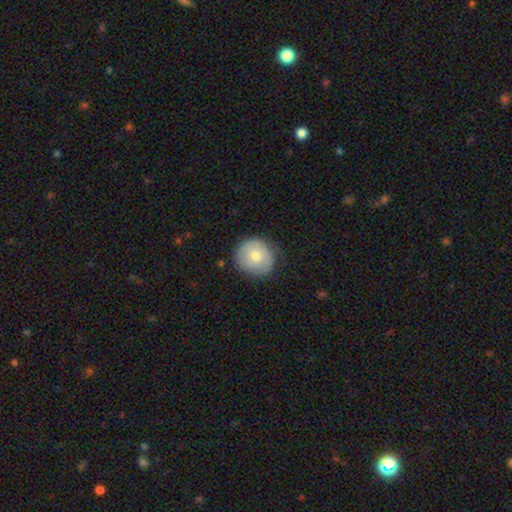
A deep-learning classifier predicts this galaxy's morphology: type=smooth (65%); roundness=round (91%); merging=none (80%).